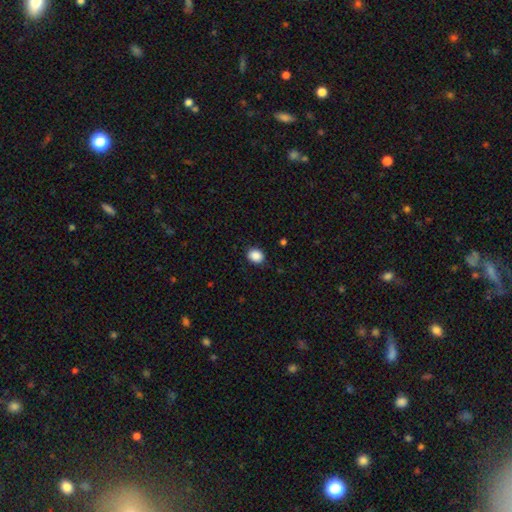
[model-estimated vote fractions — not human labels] smooth_or_featured: smooth (p=0.89) [alt: star or artifact p=0.09]
how_rounded: round (p=0.53) [alt: in between p=0.46]
merging: none (p=0.87) [alt: minor disturbance p=0.09]